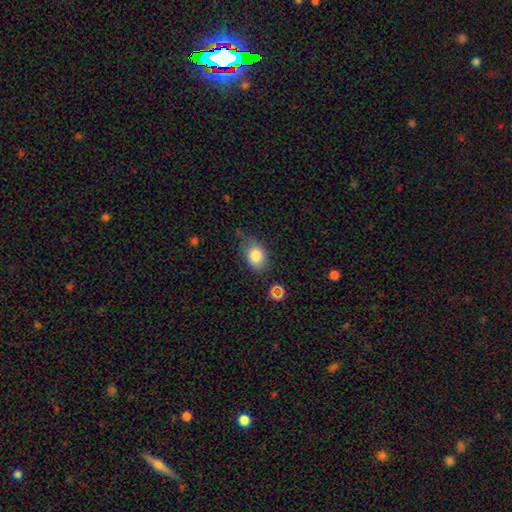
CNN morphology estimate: smooth-or-featured: smooth: 82% | star or artifact: 10% | featured or disk: 8%
  how-rounded: in between: 74% | round: 25% | cigar-shaped: 2%
  merging: none: 60% | minor disturbance: 27% | major disturbance: 9% | merger: 4%